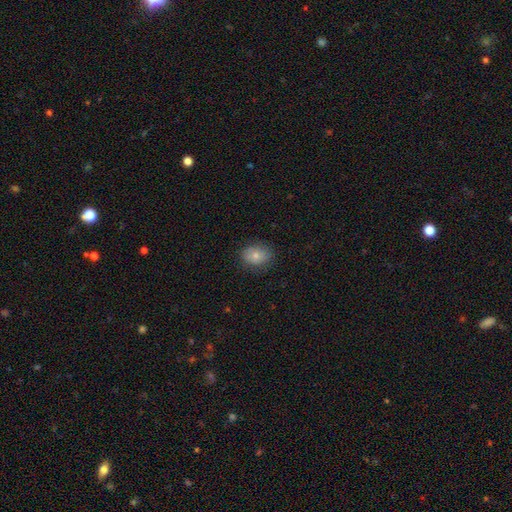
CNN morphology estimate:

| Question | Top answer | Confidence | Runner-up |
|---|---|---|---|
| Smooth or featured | smooth | 78% | featured or disk (13%) |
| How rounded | in between | 56% | round (43%) |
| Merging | none | 82% | minor disturbance (14%) |